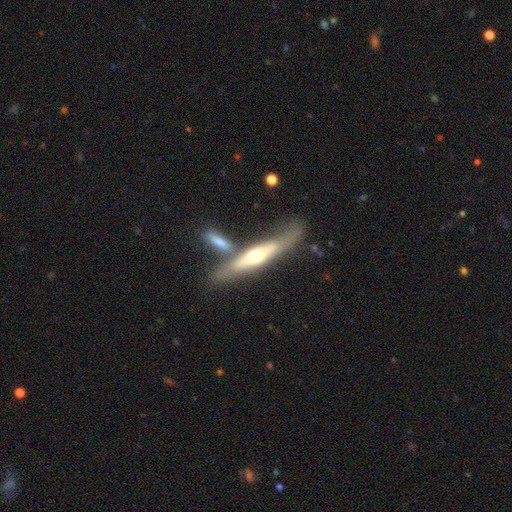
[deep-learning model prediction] Morphology: type=featured or disk (65%); edge-on=yes (77%); edge-on bulge=rounded (83%); merging=none (51%).